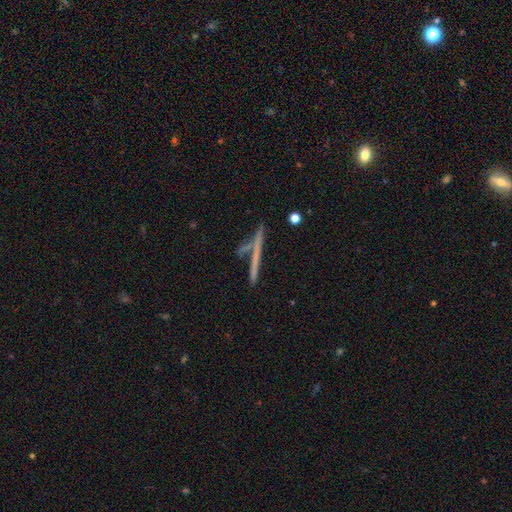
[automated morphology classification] Q: Smooth or featured?
A: featured or disk (49%); runner-up: smooth (42%)
Q: Merging?
A: none (79%); runner-up: merger (10%)